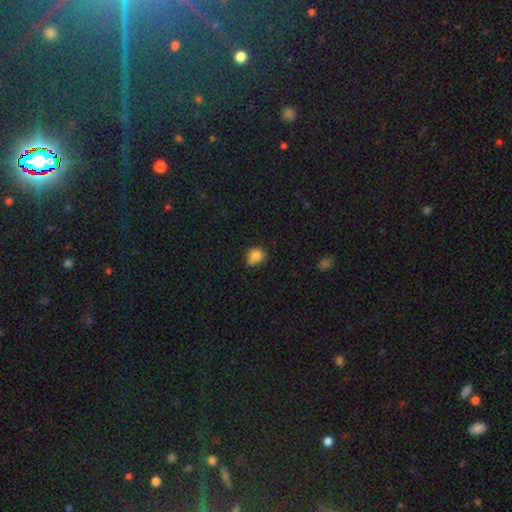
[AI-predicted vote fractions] smooth-or-featured: smooth: 81% | star or artifact: 11% | featured or disk: 8%
  how-rounded: round: 73% | in between: 26% | cigar-shaped: 1%
  merging: none: 56% | minor disturbance: 30% | merger: 7% | major disturbance: 6%